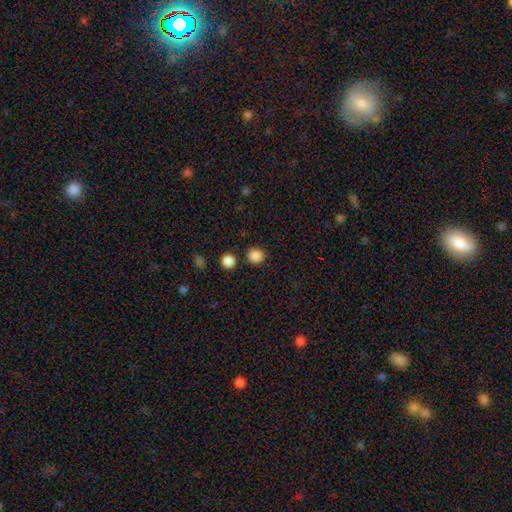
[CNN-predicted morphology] Overall: smooth (86%). How rounded: round (91%). Merging: none (86%).